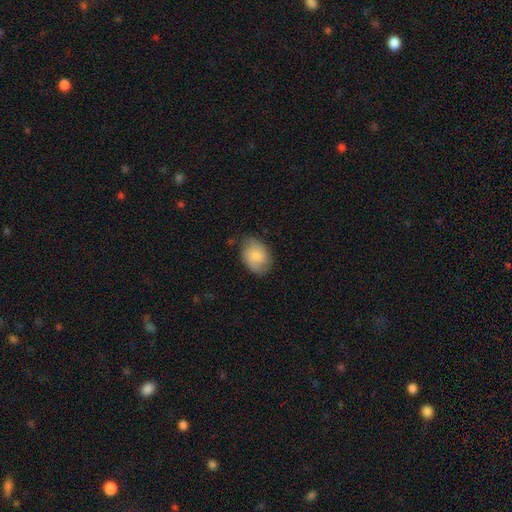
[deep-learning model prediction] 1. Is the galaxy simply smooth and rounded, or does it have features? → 68% smooth, 25% featured or disk, 7% star or artifact.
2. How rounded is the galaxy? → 73% in between, 26% round, 1% cigar-shaped.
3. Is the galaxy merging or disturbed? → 68% none, 24% minor disturbance, 6% major disturbance, 1% merger.